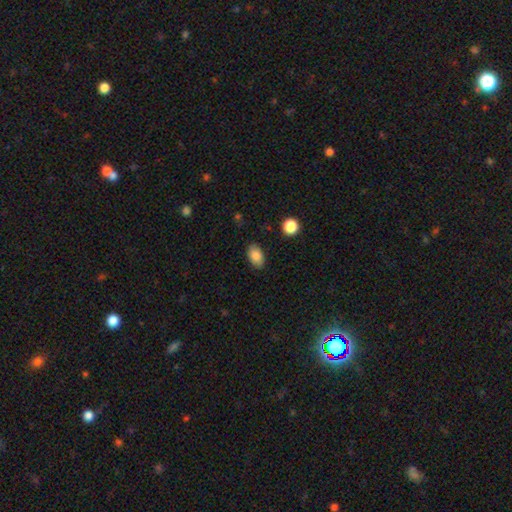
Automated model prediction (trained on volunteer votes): The model was most divided on "merging": none: 85%, minor disturbance: 11%, major disturbance: 3%, merger: 1%. More confident: how rounded — in between (90%); smooth or featured — smooth (85%).